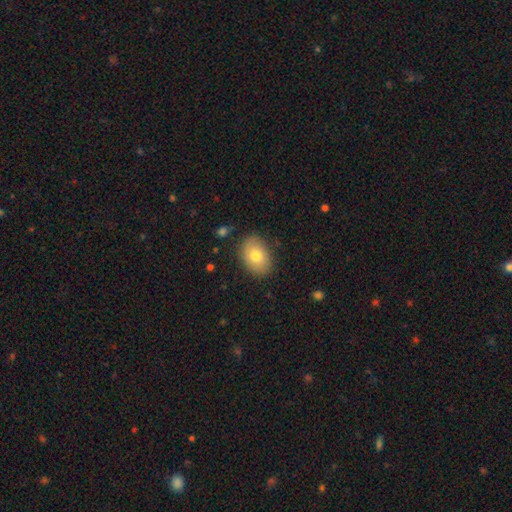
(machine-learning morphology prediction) Smooth or featured: smooth — 76% (featured or disk — 16%)
How rounded: in between — 80% (round — 19%)
Merging: none — 84% (minor disturbance — 12%)